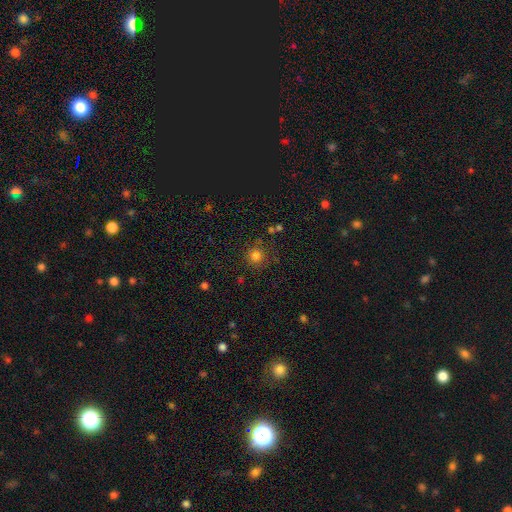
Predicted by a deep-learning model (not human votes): This is likely a smooth galaxy (79%). How rounded: clearly round (93%). Merging: clearly none (83%).